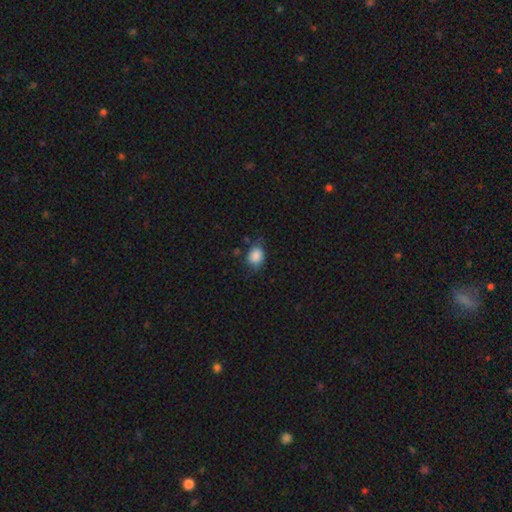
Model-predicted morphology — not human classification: Q: Smooth or featured?
A: smooth (85%); runner-up: star or artifact (9%)
Q: How rounded?
A: in between (55%); runner-up: round (44%)
Q: Merging?
A: none (64%); runner-up: minor disturbance (27%)